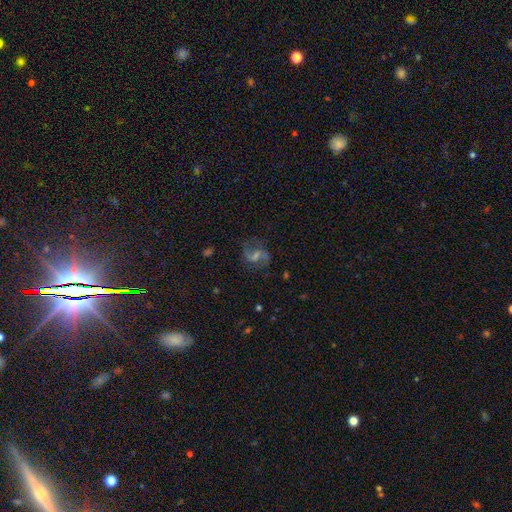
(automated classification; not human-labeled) smooth-or-featured: featured or disk: 75% | star or artifact: 14% | smooth: 12%
  disk-edge-on: no: 97% | yes: 3%
    bar: weak: 51% | no: 27% | strong: 22%
    has-spiral-arms: yes: 94% | no: 6%
      spiral-winding: loose: 48% | medium: 42% | tight: 10%
      spiral-arm-count: 2: 89% | can't tell: 4% | 1: 2% | 3: 2% | 4: 1% | more than 4: 1%
    bulge-size: small: 41% | moderate: 39% | none: 13% | large: 5% | dominant: 1%
  merging: none: 77% | minor disturbance: 13% | major disturbance: 8% | merger: 2%